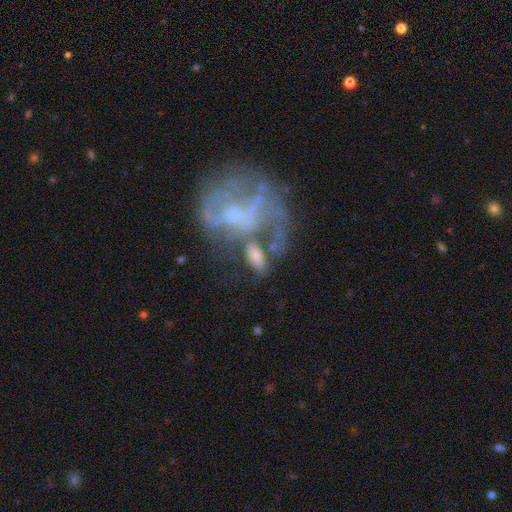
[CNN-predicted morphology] type=smooth (62%); roundness=in between (87%); merging=none (42%).